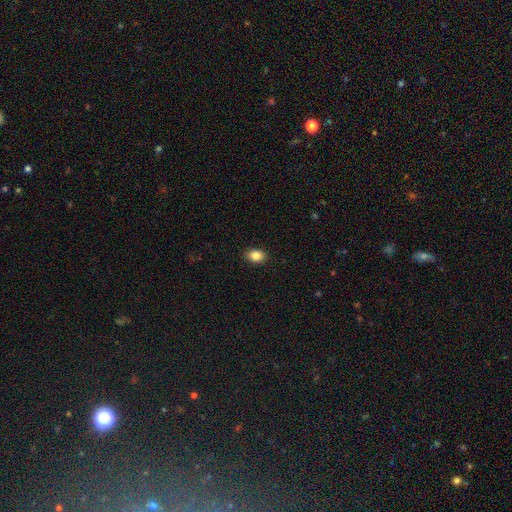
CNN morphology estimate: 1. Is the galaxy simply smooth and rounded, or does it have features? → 85% smooth, 9% star or artifact, 6% featured or disk.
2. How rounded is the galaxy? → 78% in between, 20% round, 1% cigar-shaped.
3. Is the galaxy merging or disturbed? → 89% none, 8% minor disturbance, 2% major disturbance, 1% merger.